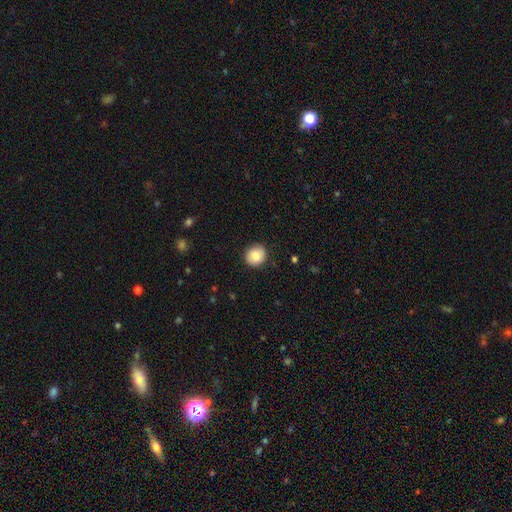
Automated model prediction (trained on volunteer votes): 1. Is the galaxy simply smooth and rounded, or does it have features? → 82% smooth, 10% featured or disk, 8% star or artifact.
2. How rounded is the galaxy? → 81% round, 18% in between, 1% cigar-shaped.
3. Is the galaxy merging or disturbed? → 89% none, 8% minor disturbance, 2% major disturbance, 1% merger.